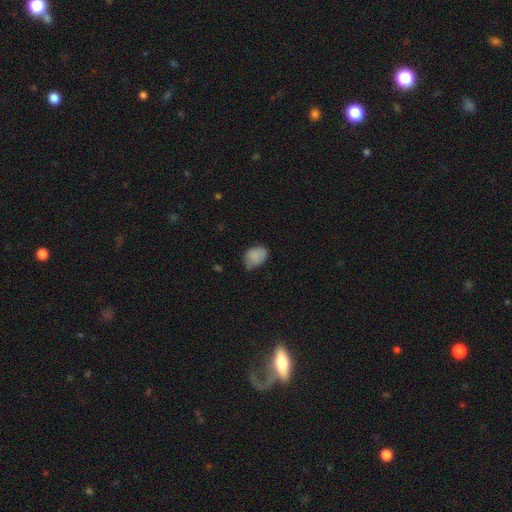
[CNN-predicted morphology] Smooth or featured? Predicted: smooth (p=0.85). How rounded? Predicted: in between (p=0.68). Merging? Predicted: none (p=0.53).